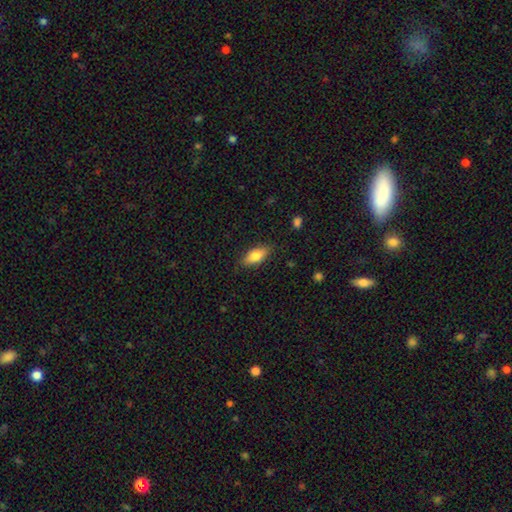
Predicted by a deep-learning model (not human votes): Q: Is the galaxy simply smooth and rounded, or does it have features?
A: smooth — 77%.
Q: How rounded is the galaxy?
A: in between — 81%.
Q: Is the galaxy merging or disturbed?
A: none — 84%.